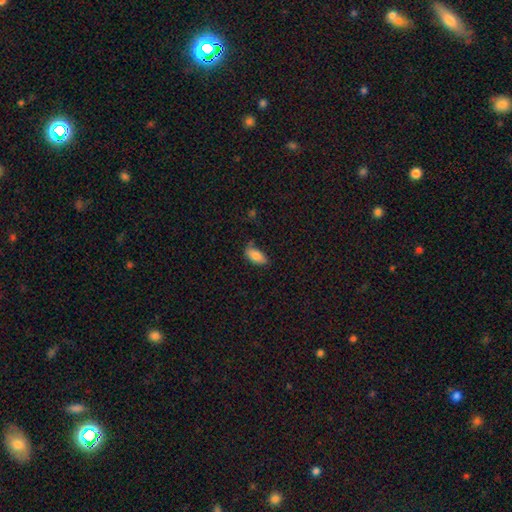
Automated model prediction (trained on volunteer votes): smooth 83%, featured or disk 10%, star or artifact 7%. Down the decision tree: how rounded — in between (90%); merging — none (70%).